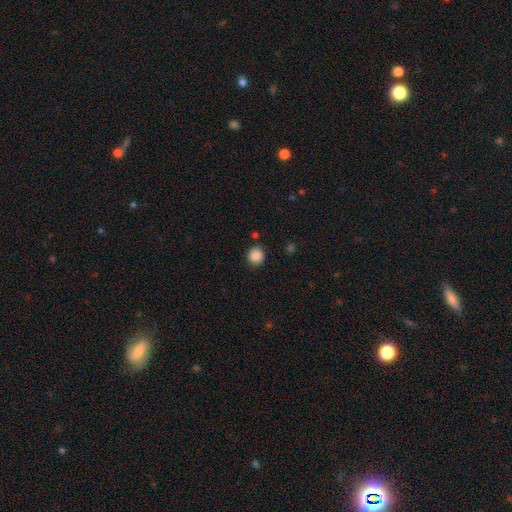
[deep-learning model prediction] Smooth or featured: smooth — 87% (star or artifact — 10%)
How rounded: round — 90% (in between — 9%)
Merging: none — 85% (minor disturbance — 10%)